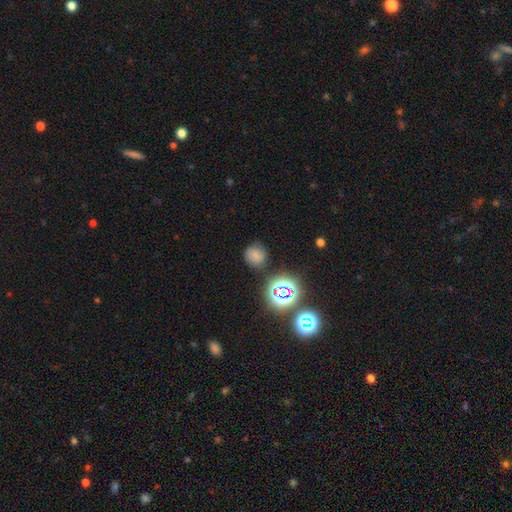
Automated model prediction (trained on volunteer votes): Smooth or featured: smooth — 65% (star or artifact — 22%)
How rounded: round — 84% (in between — 15%)
Merging: none — 75% (minor disturbance — 16%)